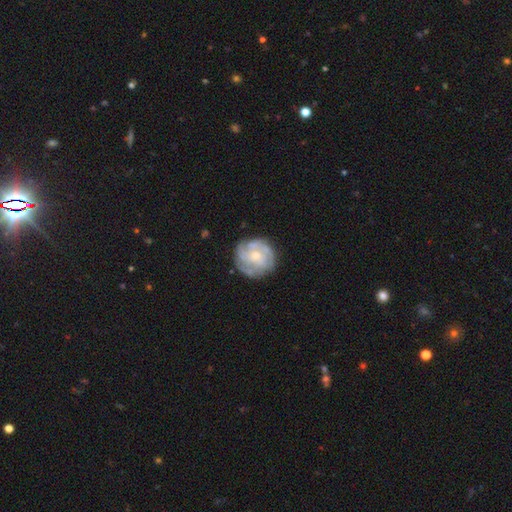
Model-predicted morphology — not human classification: This appears to be a featured or disk galaxy (74%) with no bar (76%), tight (64%) spiral arms (89%) and a small central bulge (60%). Merging: none (78%).